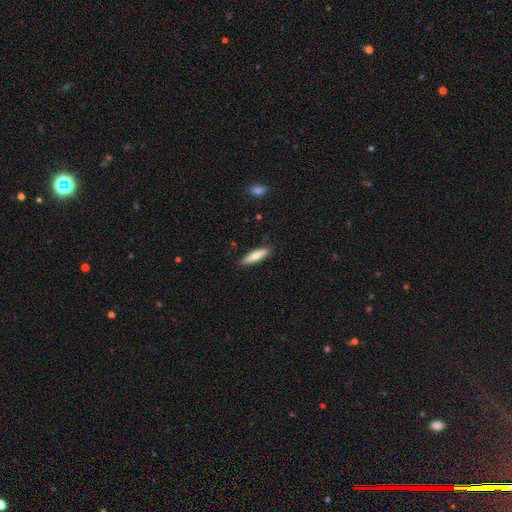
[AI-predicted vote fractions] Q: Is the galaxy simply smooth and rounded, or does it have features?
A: smooth — 67%.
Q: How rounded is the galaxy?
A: cigar-shaped — 75%.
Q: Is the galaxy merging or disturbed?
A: none — 87%.